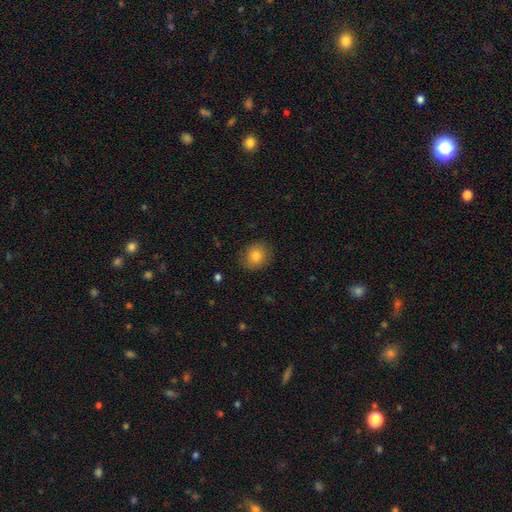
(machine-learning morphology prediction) A smooth galaxy with no disk features (81%) that is round (73%).

Vote fractions:
- Smooth or featured? smooth: 81% / star or artifact: 10% / featured or disk: 9%
- How rounded? round: 73% / in between: 26% / cigar-shaped: 1%
- Merging? none: 86% / minor disturbance: 11% / major disturbance: 3% / merger: 1%